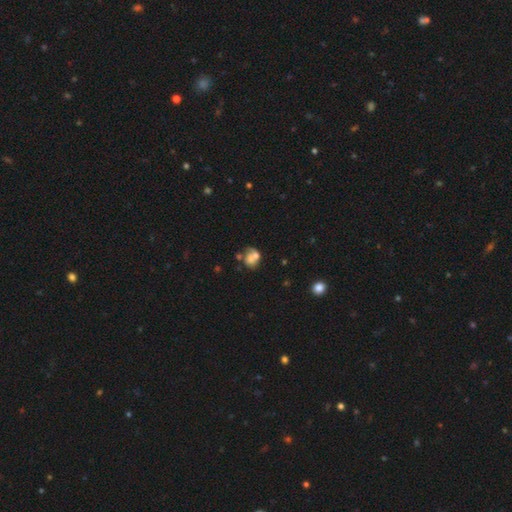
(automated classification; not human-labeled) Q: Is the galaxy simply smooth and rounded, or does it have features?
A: smooth — 57%.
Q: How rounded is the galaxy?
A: round — 55%.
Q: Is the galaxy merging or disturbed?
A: merger — 38%.